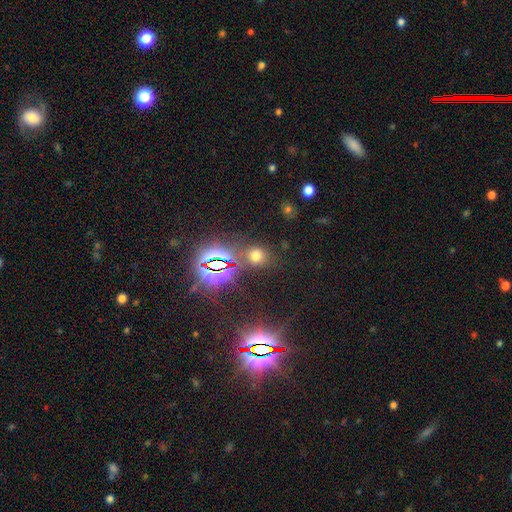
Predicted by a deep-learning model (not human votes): smooth-or-featured: smooth: 52% | star or artifact: 40% | featured or disk: 8%
  how-rounded: round: 68% | in between: 30% | cigar-shaped: 2%
  merging: none: 71% | minor disturbance: 12% | merger: 10% | major disturbance: 6%